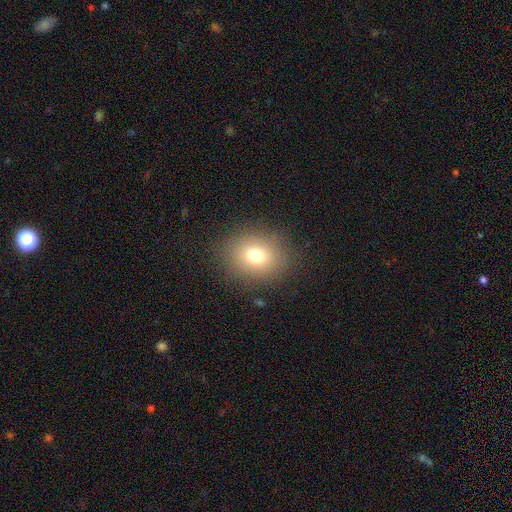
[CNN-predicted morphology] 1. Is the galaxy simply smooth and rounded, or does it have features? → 74% smooth, 14% star or artifact, 11% featured or disk.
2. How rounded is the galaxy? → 63% round, 36% in between, 1% cigar-shaped.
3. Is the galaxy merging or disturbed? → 85% none, 9% minor disturbance, 5% major disturbance, 1% merger.